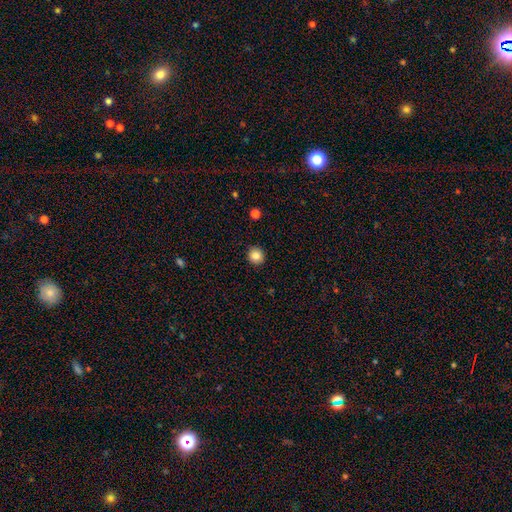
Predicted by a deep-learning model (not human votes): Q: Smooth or featured?
A: smooth (83%); runner-up: star or artifact (10%)
Q: How rounded?
A: round (88%); runner-up: in between (11%)
Q: Merging?
A: none (91%); runner-up: minor disturbance (7%)